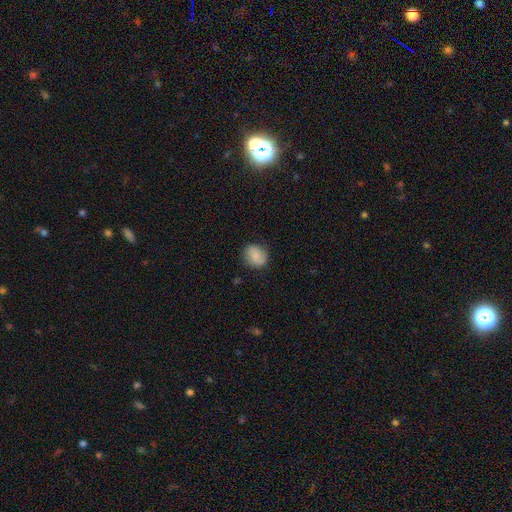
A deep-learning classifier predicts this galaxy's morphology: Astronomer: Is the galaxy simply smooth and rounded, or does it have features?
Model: smooth — 77%.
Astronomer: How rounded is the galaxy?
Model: round — 73%.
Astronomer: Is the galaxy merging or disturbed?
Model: none — 80%.